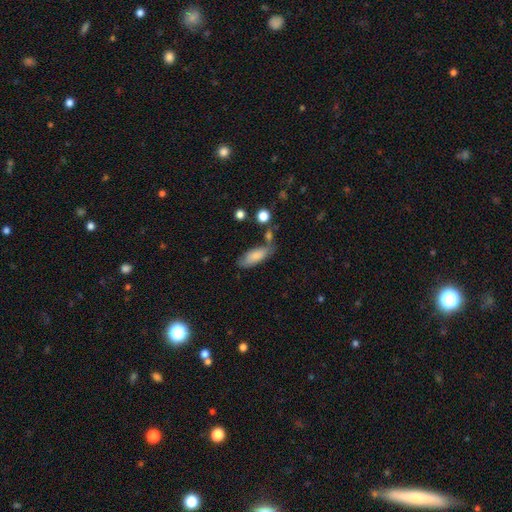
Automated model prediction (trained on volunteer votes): Overall: smooth (81%). How rounded: in between (73%). Merging: none (58%; minor disturbance 25%).